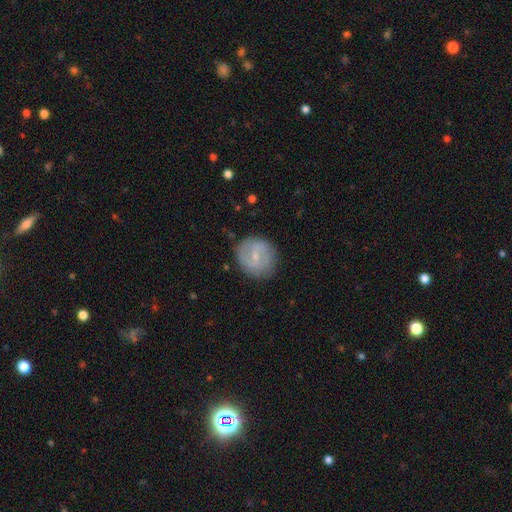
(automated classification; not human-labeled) Smooth or featured? featured or disk (60%)
Edge-on disk? no (96%)
Bar? weak (57%)
Spiral arms? yes (73%)
Bulge size? small (71%)
Merging? none (82%)